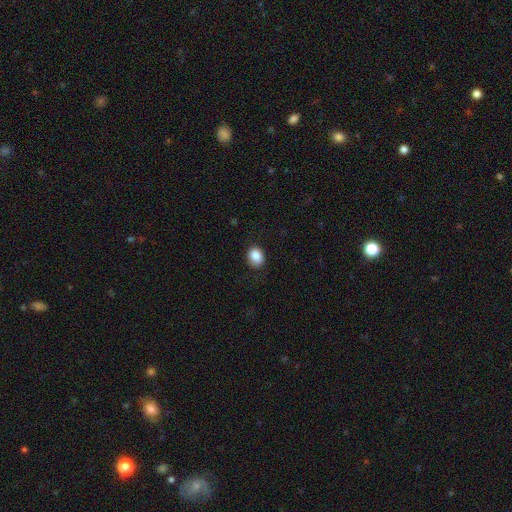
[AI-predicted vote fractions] Smooth or featured: smooth — 86% (star or artifact — 9%)
How rounded: round — 51% (in between — 48%)
Merging: none — 85% (minor disturbance — 12%)